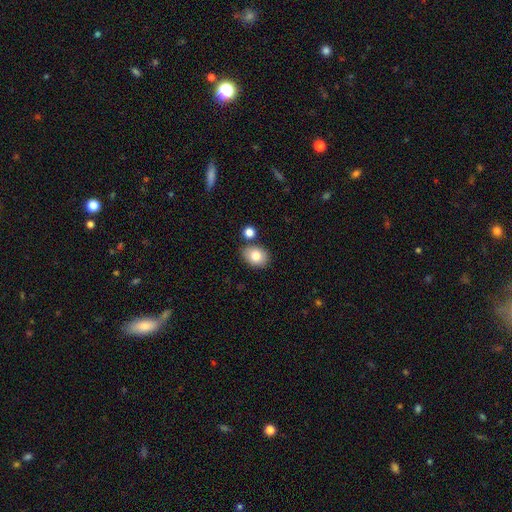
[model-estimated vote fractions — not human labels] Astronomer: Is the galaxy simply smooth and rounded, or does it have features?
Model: smooth — 81%.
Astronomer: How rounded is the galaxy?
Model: in between — 62% (runner-up: round, 37%).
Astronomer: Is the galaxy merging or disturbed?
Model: none — 78%.